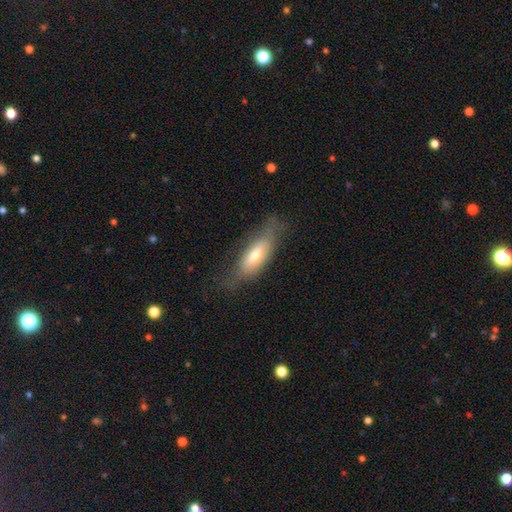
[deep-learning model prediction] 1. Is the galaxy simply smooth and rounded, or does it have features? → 57% smooth, 35% featured or disk, 8% star or artifact.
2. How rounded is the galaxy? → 59% in between, 38% cigar-shaped, 3% round.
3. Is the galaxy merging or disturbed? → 58% none, 26% minor disturbance, 14% major disturbance, 2% merger.